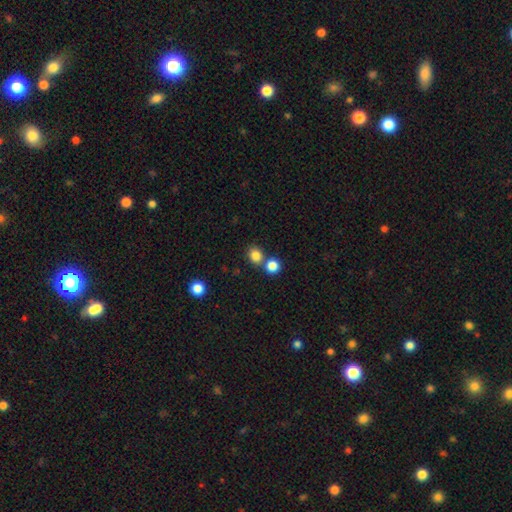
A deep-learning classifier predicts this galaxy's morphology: smooth_or_featured: smooth (p=0.83) [alt: star or artifact p=0.12]
how_rounded: round (p=0.73) [alt: in between p=0.26]
merging: none (p=0.63) [alt: merger p=0.26]